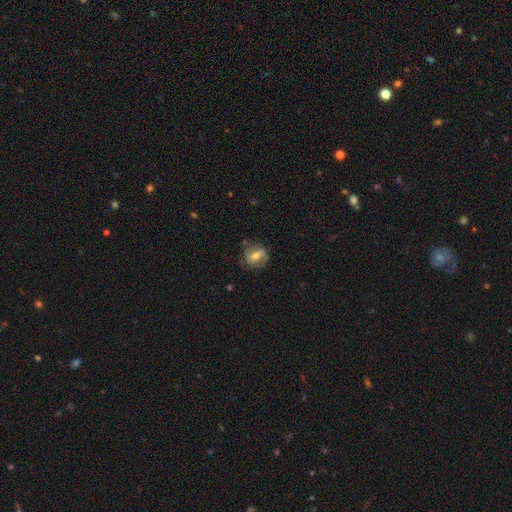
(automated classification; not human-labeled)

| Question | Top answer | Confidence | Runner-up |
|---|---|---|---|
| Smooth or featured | featured or disk | 53% | smooth (38%) |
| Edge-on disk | no | 94% | yes (6%) |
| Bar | weak | 42% | strong (33%) |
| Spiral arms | yes | 73% | no (27%) |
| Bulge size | moderate | 65% | small (24%) |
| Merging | none | 68% | minor disturbance (21%) |